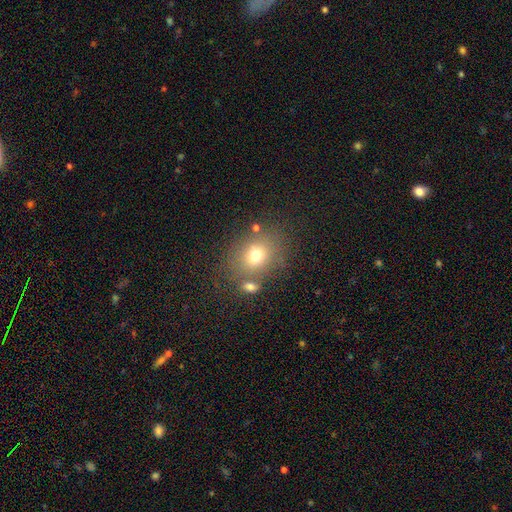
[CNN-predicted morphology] A smooth galaxy with no disk features (71%) that is round (50%).

Vote fractions:
- Smooth or featured? smooth: 71% / star or artifact: 15% / featured or disk: 14%
- How rounded? round: 50% / in between: 49% / cigar-shaped: 1%
- Merging? none: 67% / minor disturbance: 13% / merger: 13% / major disturbance: 6%